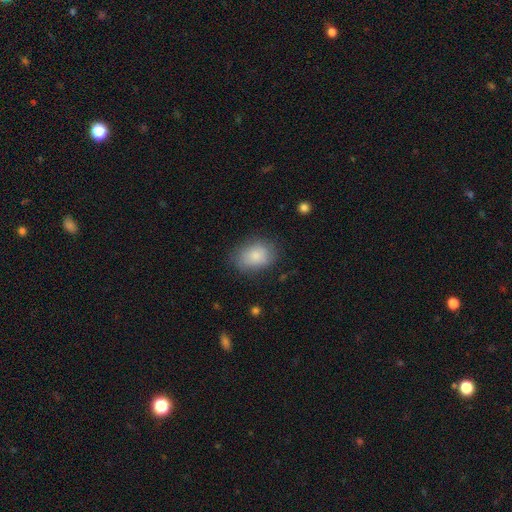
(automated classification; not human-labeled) Smooth or featured?
  - smooth: 82% *
  - featured or disk: 10%
  - star or artifact: 7%
How rounded?
  - in between: 70% *
  - round: 29%
  - cigar-shaped: 1%
Merging?
  - none: 75% *
  - minor disturbance: 18%
  - major disturbance: 6%
  - merger: 1%